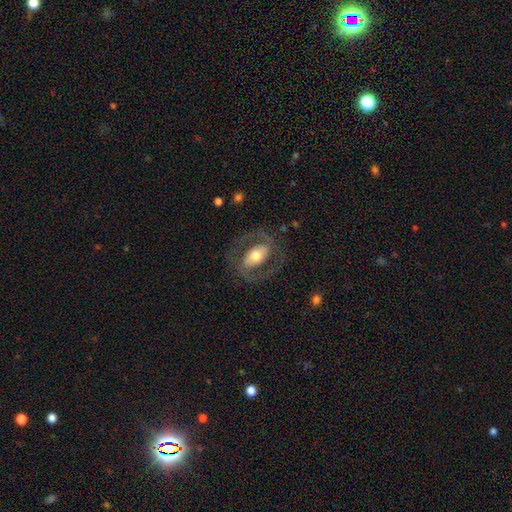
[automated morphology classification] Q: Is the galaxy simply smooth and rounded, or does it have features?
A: featured or disk — 73%.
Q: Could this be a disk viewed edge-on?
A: no — 95%.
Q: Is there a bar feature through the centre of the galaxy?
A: strong — 34%, tied with no.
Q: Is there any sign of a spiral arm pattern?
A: yes — 72%.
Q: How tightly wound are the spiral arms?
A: medium — 52%.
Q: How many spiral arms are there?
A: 2 — 87%.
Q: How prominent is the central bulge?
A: moderate — 65%.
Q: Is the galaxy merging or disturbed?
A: none — 75%.